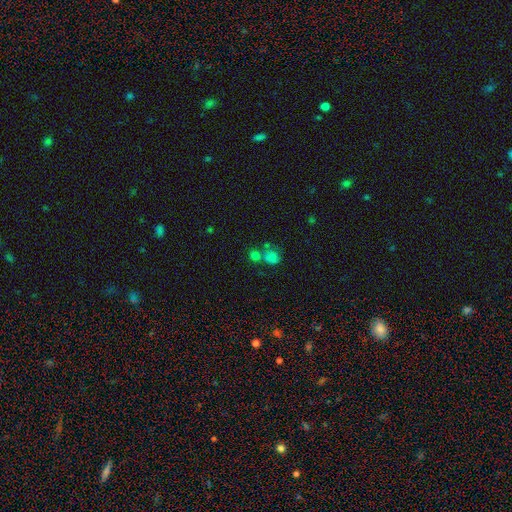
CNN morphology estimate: smooth_or_featured: smooth (p=0.72) [alt: star or artifact p=0.19]
how_rounded: round (p=0.79) [alt: in between p=0.19]
merging: none (p=0.48) [alt: merger p=0.38]